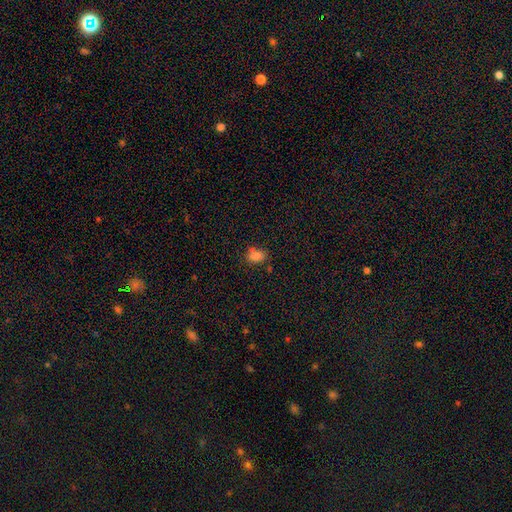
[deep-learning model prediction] Smooth or featured: smooth — 82% (star or artifact — 13%)
How rounded: in between — 70% (round — 28%)
Merging: none — 65% (minor disturbance — 18%)